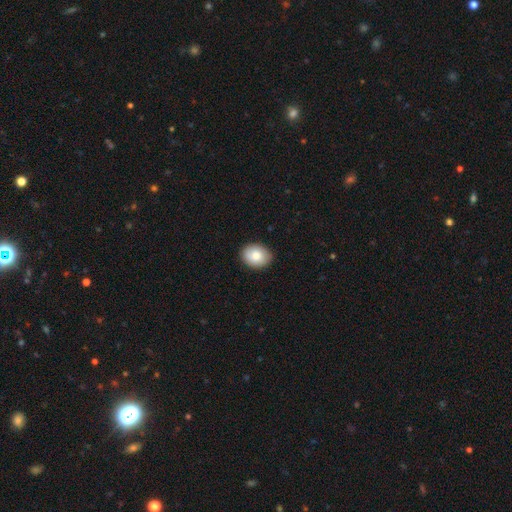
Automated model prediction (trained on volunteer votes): smooth-or-featured: smooth: 82% | featured or disk: 11% | star or artifact: 7%
  how-rounded: in between: 57% | round: 42% | cigar-shaped: 1%
  merging: none: 88% | minor disturbance: 9% | major disturbance: 2% | merger: 1%